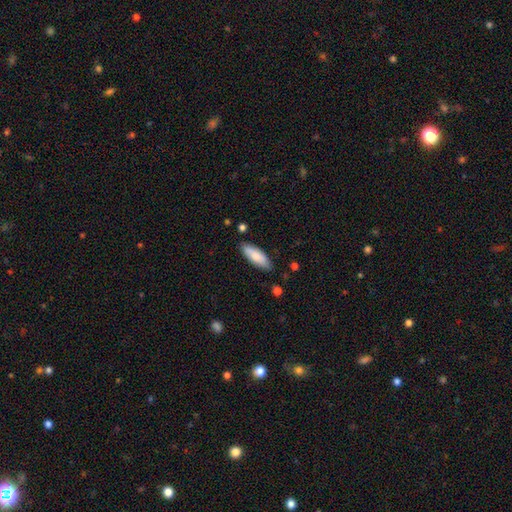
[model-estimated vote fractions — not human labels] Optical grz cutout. It shows a smooth galaxy with no disk features (81%) that is in between round and cigar-shaped (63%). Merging: none (83%).